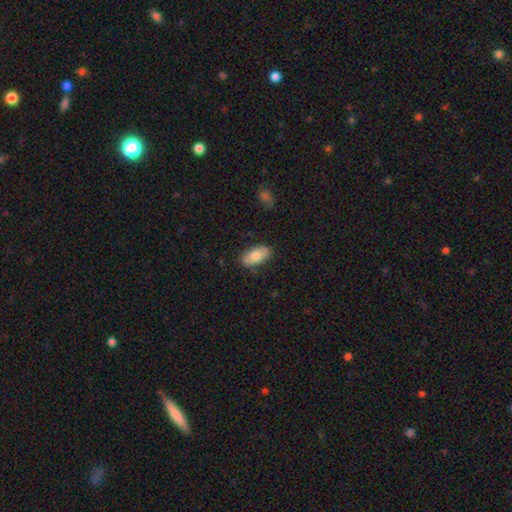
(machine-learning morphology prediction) This is likely a smooth galaxy (77%). How rounded: clearly in between (91%). Merging: clearly none (83%).